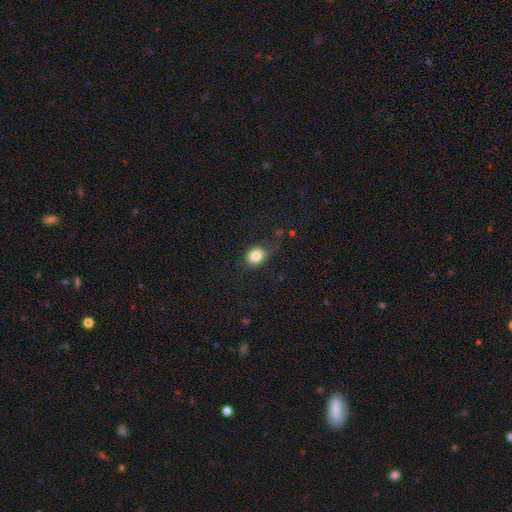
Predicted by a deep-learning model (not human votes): Overall: smooth (84%). How rounded: in between (50%; round 49%). Merging: none (80%).